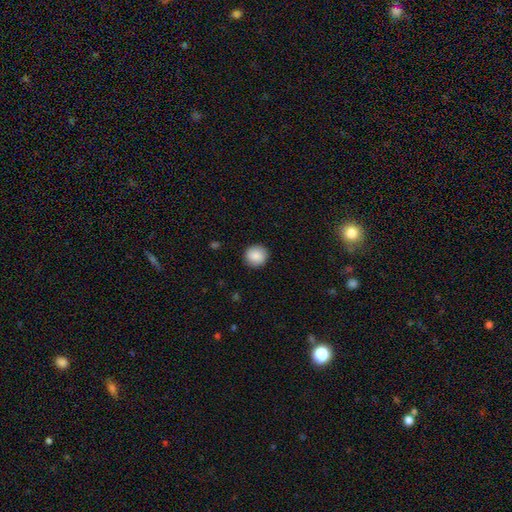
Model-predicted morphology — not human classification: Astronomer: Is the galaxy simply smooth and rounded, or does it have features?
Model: smooth — 89%.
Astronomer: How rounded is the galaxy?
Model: round — 91%.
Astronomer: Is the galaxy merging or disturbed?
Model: none — 90%.